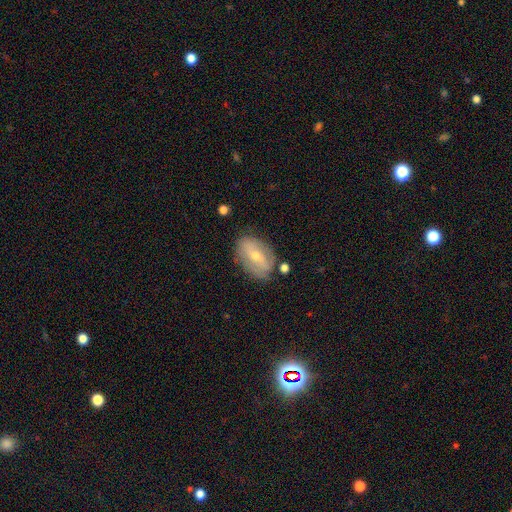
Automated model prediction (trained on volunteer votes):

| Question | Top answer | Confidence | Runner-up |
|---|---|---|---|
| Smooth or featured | featured or disk | 51% | smooth (40%) |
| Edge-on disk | no | 89% | yes (11%) |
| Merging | none | 74% | minor disturbance (18%) |